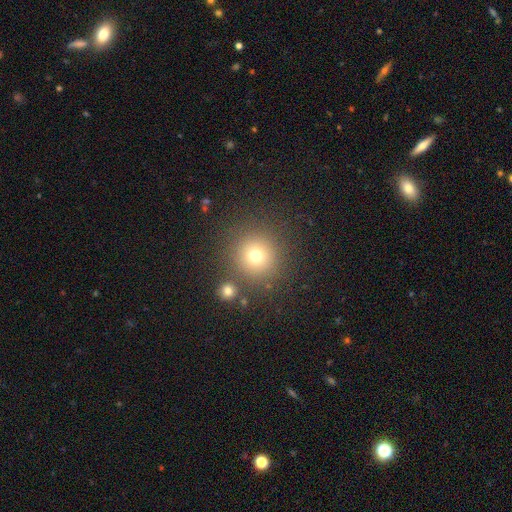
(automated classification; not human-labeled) Smooth or featured? smooth (73%)
How rounded? round (95%)
Merging? none (83%)